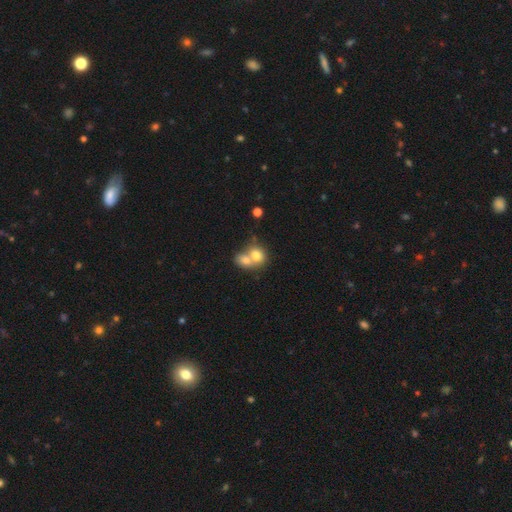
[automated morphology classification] type=smooth (75%); roundness=round (57%); merging=merger (70%).